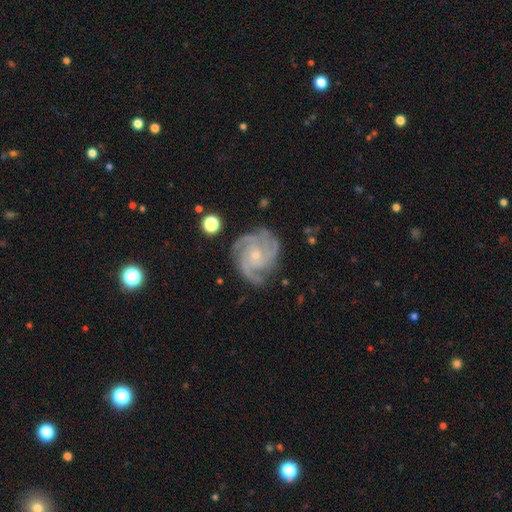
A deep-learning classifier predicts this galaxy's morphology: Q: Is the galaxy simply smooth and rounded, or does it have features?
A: featured or disk — 92%.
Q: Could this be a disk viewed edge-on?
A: no — 98%.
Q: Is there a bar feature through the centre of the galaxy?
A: no — 72%.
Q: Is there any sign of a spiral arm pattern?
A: yes — 99%.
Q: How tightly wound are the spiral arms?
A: tight — 65%.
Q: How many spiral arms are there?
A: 3 — 49%.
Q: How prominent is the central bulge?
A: small — 72%.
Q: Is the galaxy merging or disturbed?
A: none — 78%.